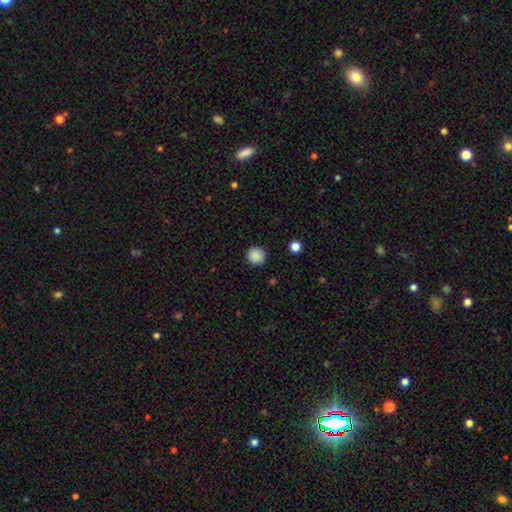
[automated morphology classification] Smooth or featured? Predicted: smooth (p=0.88). How rounded? Predicted: round (p=0.95). Merging? Predicted: none (p=0.91).